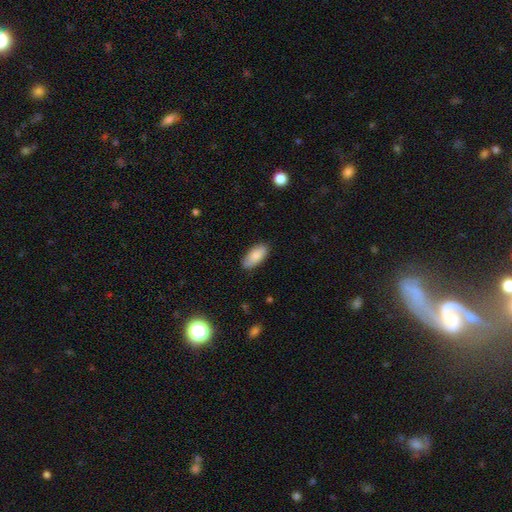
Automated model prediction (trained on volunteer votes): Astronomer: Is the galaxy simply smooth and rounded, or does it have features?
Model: smooth — 85%.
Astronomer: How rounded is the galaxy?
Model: in between — 90%.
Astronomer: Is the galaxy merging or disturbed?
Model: none — 84%.